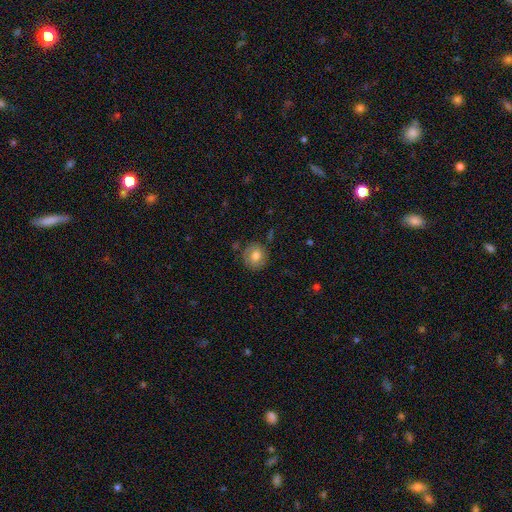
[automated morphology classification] Overall: smooth (72%). How rounded: round (84%). Merging: none (80%).